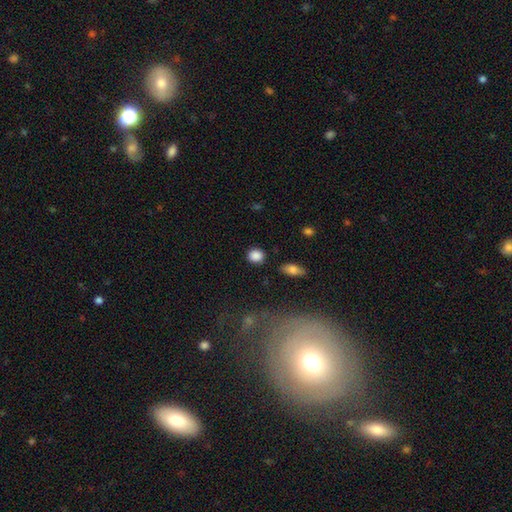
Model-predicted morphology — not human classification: Smooth or featured: smooth — 87% (star or artifact — 9%)
How rounded: round — 72% (in between — 26%)
Merging: none — 83% (minor disturbance — 11%)